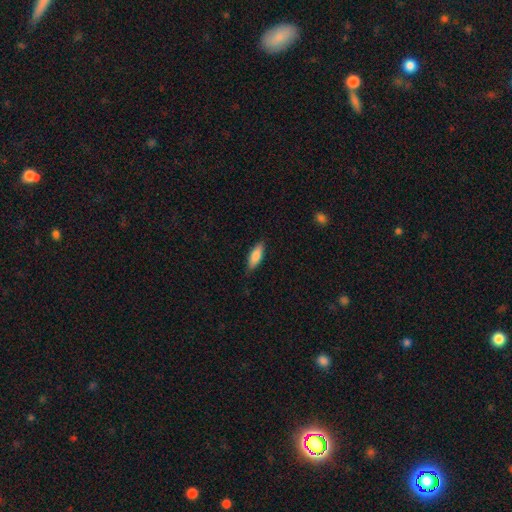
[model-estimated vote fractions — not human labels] Q: Smooth or featured?
A: smooth (81%); runner-up: featured or disk (13%)
Q: How rounded?
A: in between (56%); runner-up: cigar-shaped (42%)
Q: Merging?
A: none (83%); runner-up: minor disturbance (14%)